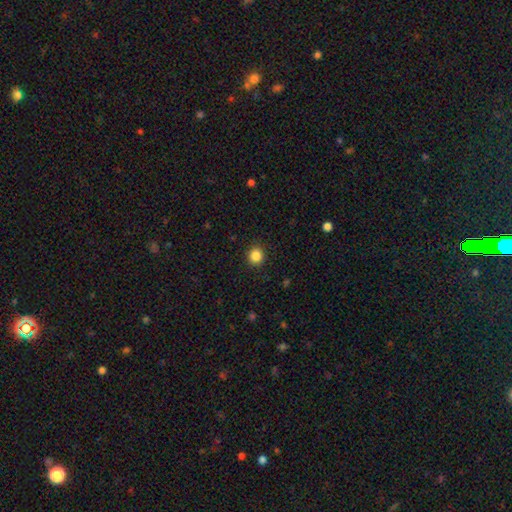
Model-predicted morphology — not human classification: A smooth galaxy with no disk features (85%) that is round (90%).

Vote fractions:
- Smooth or featured? smooth: 85% / star or artifact: 11% / featured or disk: 4%
- How rounded? round: 90% / in between: 9% / cigar-shaped: 1%
- Merging? none: 92% / minor disturbance: 5% / major disturbance: 2% / merger: 1%